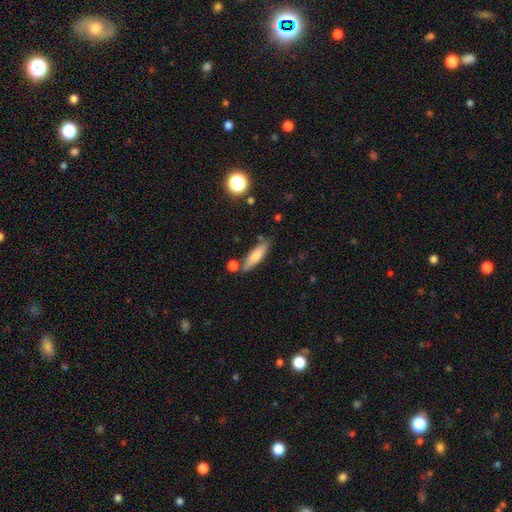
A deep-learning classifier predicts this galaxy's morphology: This is likely a smooth galaxy (71%). How rounded: likely cigar-shaped (66%). Merging: likely none (75%).